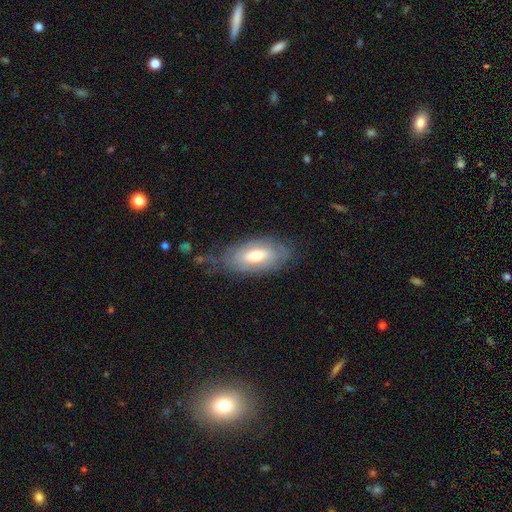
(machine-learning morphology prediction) A featured or disk galaxy (50%). Merging: none (65%).